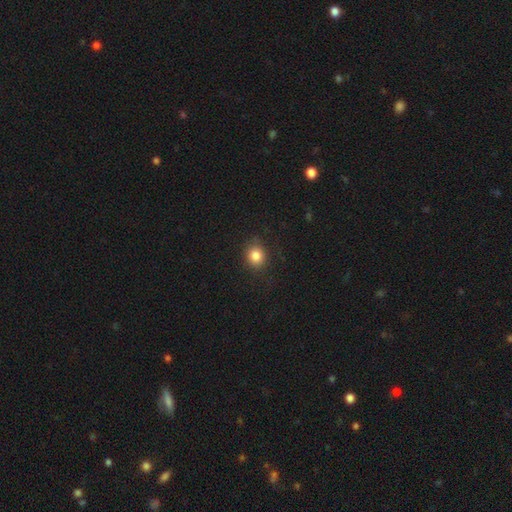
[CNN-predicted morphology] Smooth or featured? smooth (84%)
How rounded? round (75%)
Merging? none (85%)